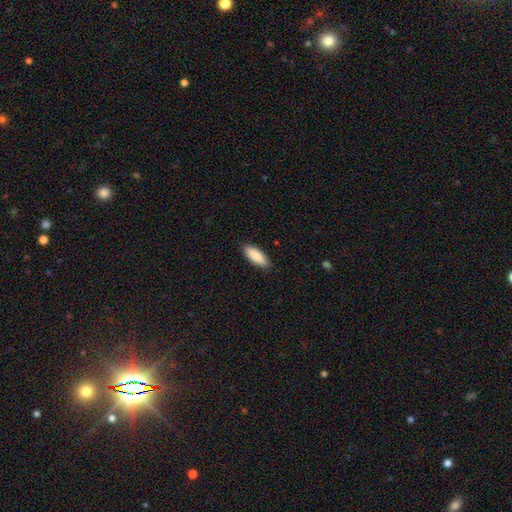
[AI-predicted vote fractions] Q: Smooth or featured?
A: smooth (89%); runner-up: featured or disk (6%)
Q: How rounded?
A: in between (74%); runner-up: cigar-shaped (25%)
Q: Merging?
A: none (90%); runner-up: minor disturbance (8%)